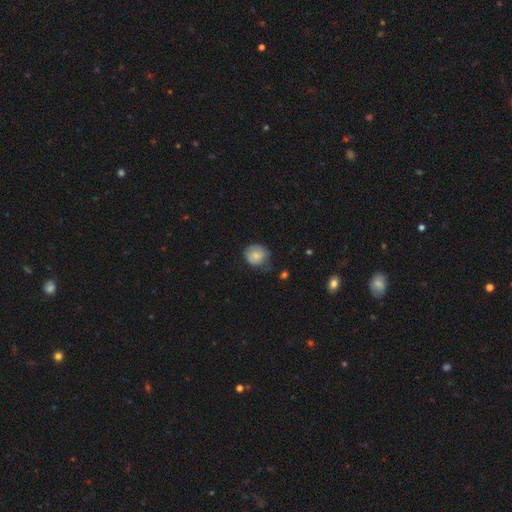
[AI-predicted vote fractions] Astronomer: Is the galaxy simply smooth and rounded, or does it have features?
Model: smooth — 75%.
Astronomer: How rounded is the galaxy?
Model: round — 77%.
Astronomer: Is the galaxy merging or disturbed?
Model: none — 59%.